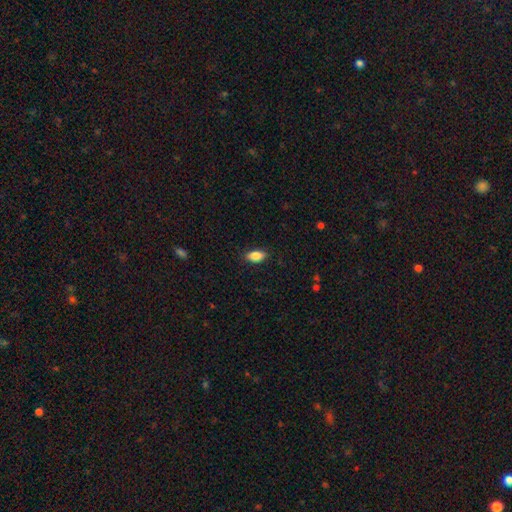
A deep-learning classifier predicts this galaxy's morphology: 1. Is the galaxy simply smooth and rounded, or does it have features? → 86% smooth, 7% star or artifact, 7% featured or disk.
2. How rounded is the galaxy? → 89% in between, 8% cigar-shaped, 4% round.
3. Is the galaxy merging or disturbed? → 87% none, 10% minor disturbance, 2% major disturbance, 1% merger.